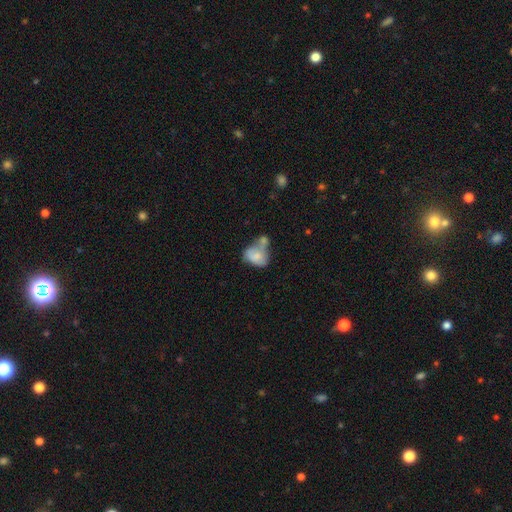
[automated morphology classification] A smooth galaxy with no disk features (65%) that is in between round and cigar-shaped (70%).

Vote fractions:
- Smooth or featured? smooth: 65% / featured or disk: 26% / star or artifact: 8%
- How rounded? in between: 70% / round: 29% / cigar-shaped: 1%
- Merging? merger: 53% / none: 18% / minor disturbance: 15% / major disturbance: 14%